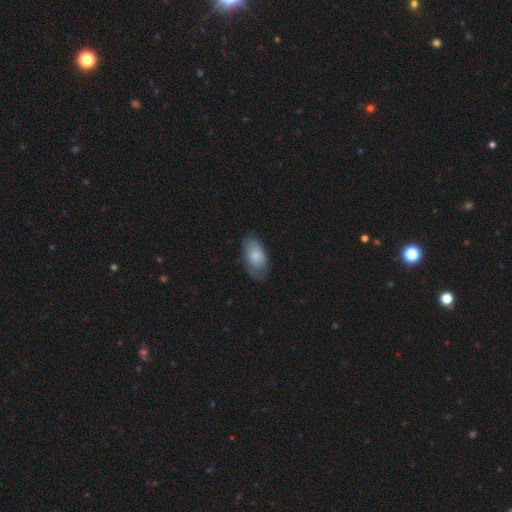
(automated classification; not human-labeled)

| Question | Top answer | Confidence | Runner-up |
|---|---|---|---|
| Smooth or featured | smooth | 73% | featured or disk (21%) |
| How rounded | in between | 93% | round (4%) |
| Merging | none | 65% | minor disturbance (25%) |